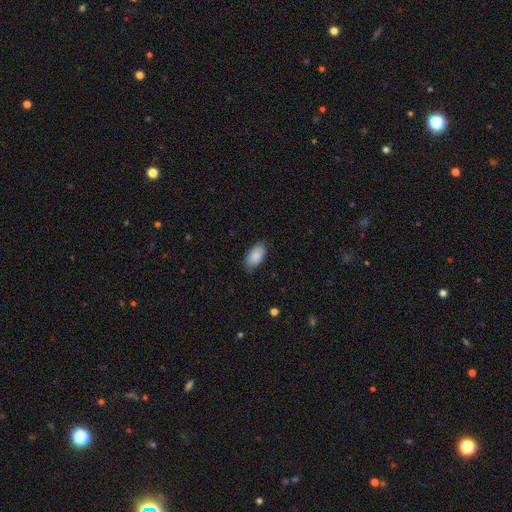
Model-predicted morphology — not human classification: smooth-or-featured: smooth: 89% | star or artifact: 6% | featured or disk: 5%
  how-rounded: in between: 94% | cigar-shaped: 4% | round: 3%
  merging: none: 81% | minor disturbance: 15% | major disturbance: 3% | merger: 1%